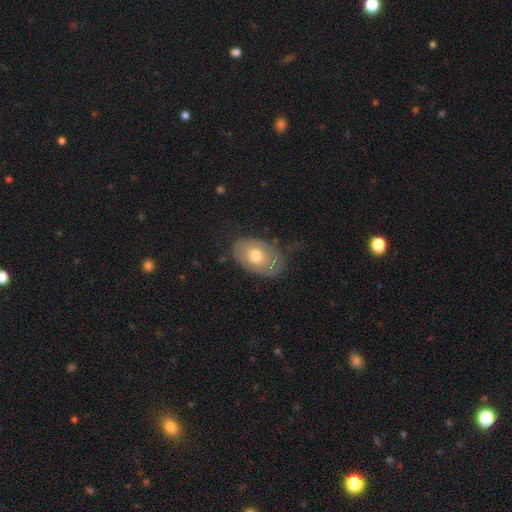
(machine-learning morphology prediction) smooth_or_featured: smooth (p=0.61) [alt: featured or disk p=0.33]
how_rounded: in between (p=0.87) [alt: round p=0.12]
merging: none (p=0.72) [alt: minor disturbance p=0.20]